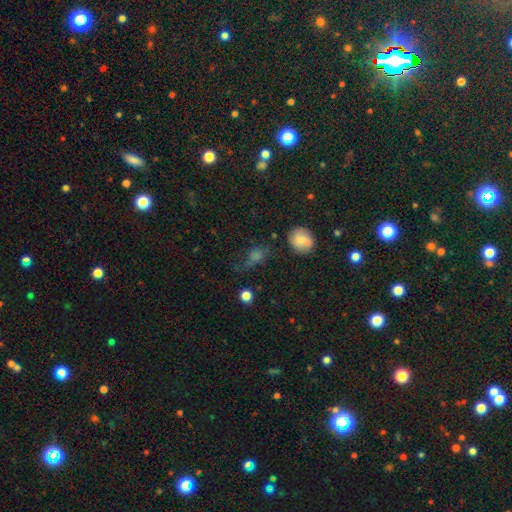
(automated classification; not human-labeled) smooth-or-featured: smooth: 51% | star or artifact: 34% | featured or disk: 15%
  how-rounded: round: 52% | in between: 42% | cigar-shaped: 6%
  merging: none: 58% | minor disturbance: 22% | major disturbance: 15% | merger: 6%